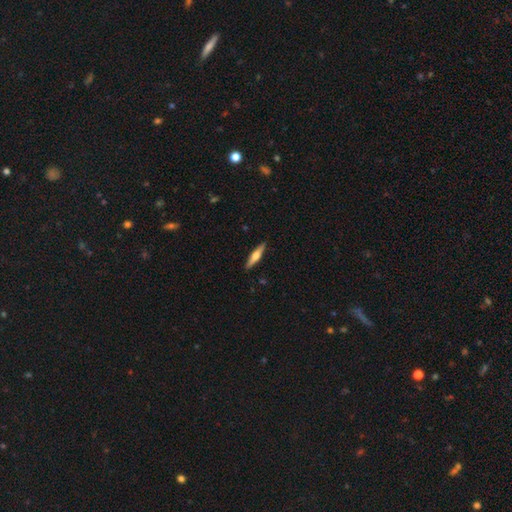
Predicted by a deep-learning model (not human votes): smooth-or-featured: featured or disk: 52% | smooth: 42% | star or artifact: 5%
  disk-edge-on: yes: 96% | no: 4%
    edge-on-bulge: rounded: 89% | boxy: 6% | none: 5%
  merging: none: 91% | minor disturbance: 7% | major disturbance: 1% | merger: 1%